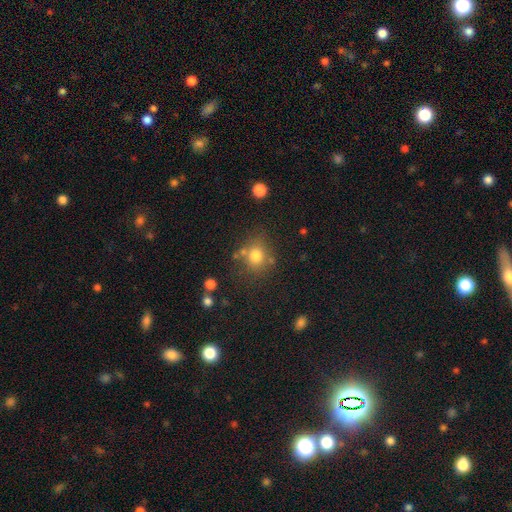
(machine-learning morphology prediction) Overall: smooth (76%). How rounded: round (75%). Merging: none (70%).